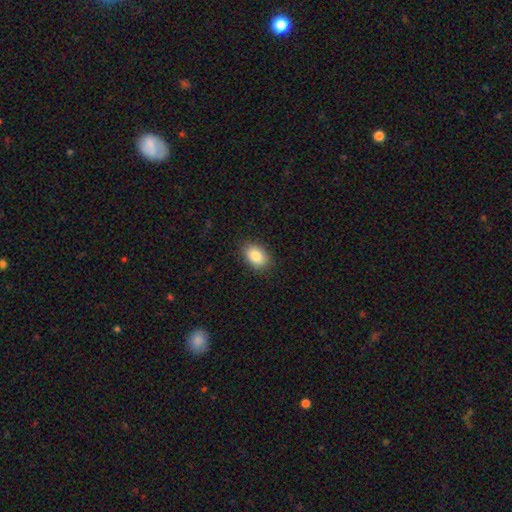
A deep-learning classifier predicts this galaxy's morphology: smooth 85%, star or artifact 8%, featured or disk 7%. Down the decision tree: how rounded — in between (85%); merging — none (87%).